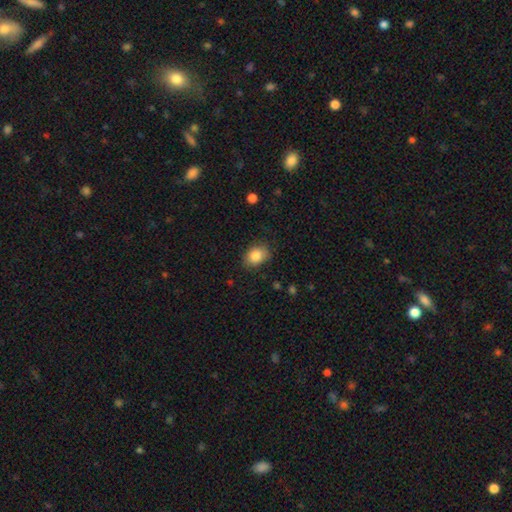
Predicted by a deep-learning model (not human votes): This appears to be a smooth galaxy with no disk features (85%) that is in between round and cigar-shaped (66%). Merging: none (76%).